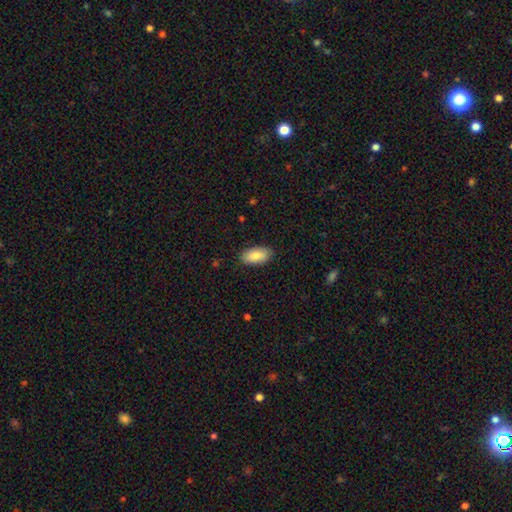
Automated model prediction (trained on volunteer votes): Morphology: type=smooth (85%); roundness=in between (92%); merging=none (86%).